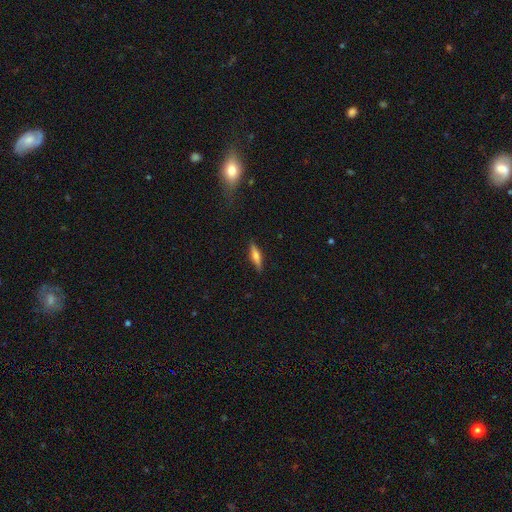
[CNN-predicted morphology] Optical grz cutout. It shows a smooth galaxy with no disk features (48%). Merging: none (87%).